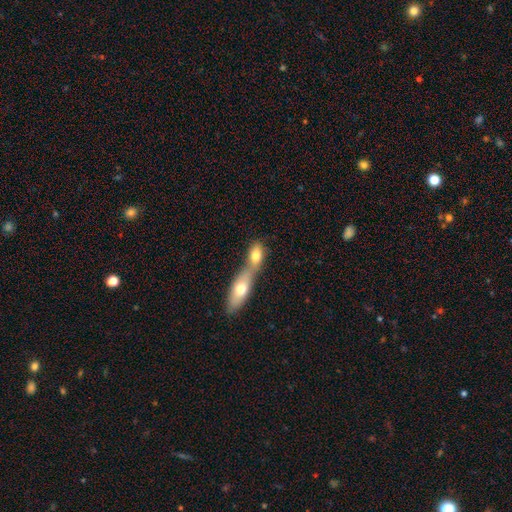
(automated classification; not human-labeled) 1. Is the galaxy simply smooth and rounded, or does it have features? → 73% smooth, 20% featured or disk, 7% star or artifact.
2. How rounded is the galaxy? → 72% in between, 15% cigar-shaped, 13% round.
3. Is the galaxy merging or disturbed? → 68% merger, 23% none, 6% minor disturbance, 3% major disturbance.